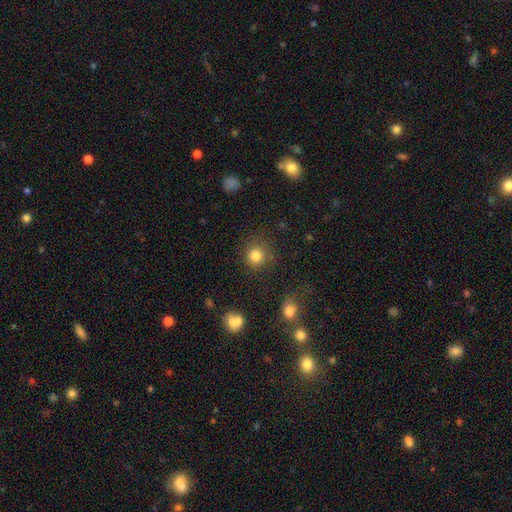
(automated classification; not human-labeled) Overall: smooth (82%). How rounded: round (90%). Merging: none (82%).